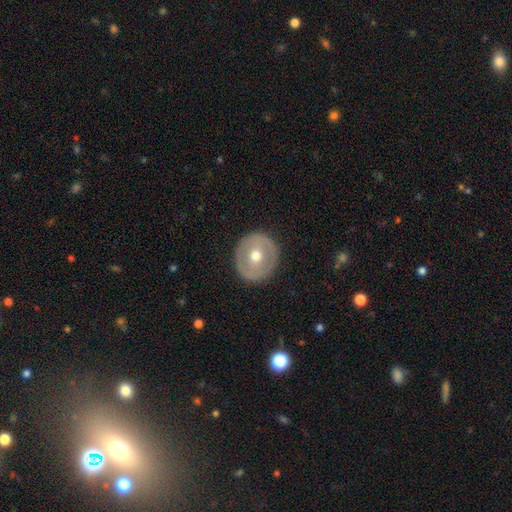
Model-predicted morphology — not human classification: A featured or disk galaxy (49%). Merging: none (88%).